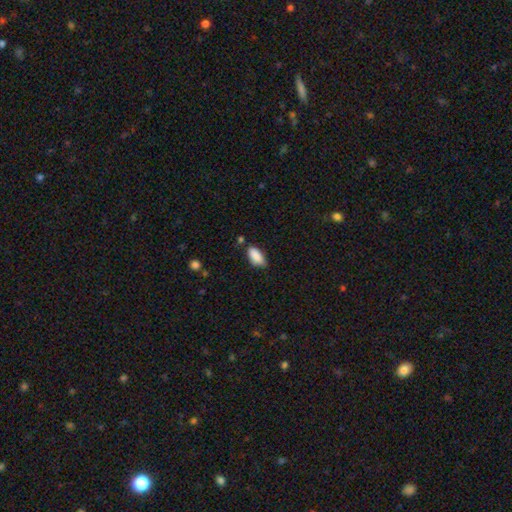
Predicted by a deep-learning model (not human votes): smooth 88%, star or artifact 7%, featured or disk 5%. Down the decision tree: how rounded — in between (90%); merging — none (67%).